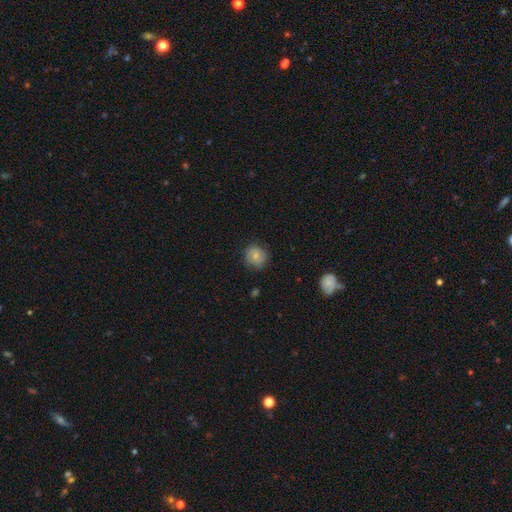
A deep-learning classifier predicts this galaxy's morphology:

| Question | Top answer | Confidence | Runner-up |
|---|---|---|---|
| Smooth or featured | smooth | 64% | featured or disk (28%) |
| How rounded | round | 83% | in between (16%) |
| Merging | none | 81% | minor disturbance (14%) |